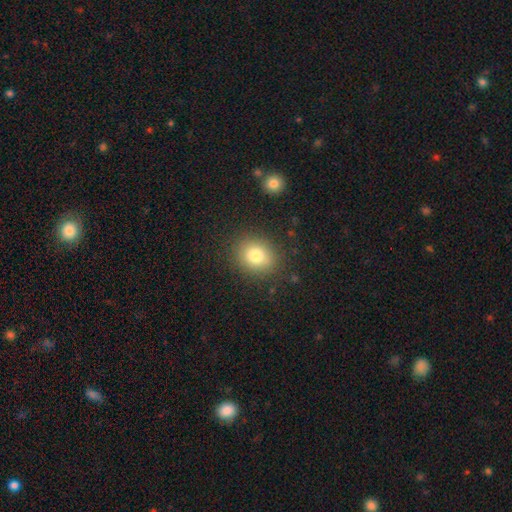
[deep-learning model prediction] Smooth or featured: smooth — 80% (star or artifact — 11%)
How rounded: round — 64% (in between — 35%)
Merging: none — 86% (minor disturbance — 9%)